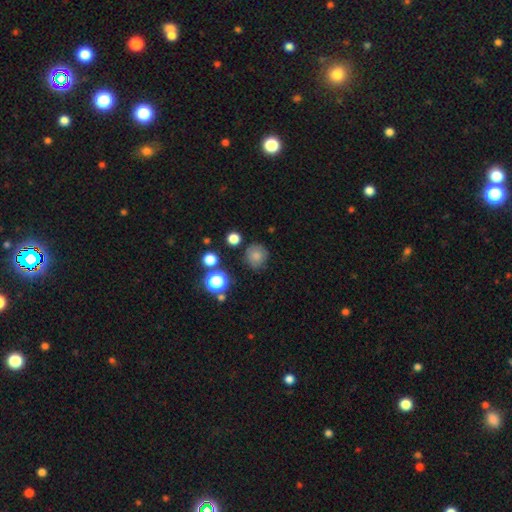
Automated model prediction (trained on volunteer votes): A smooth galaxy with no disk features (78%) that is round (88%). Merging: none (79%).